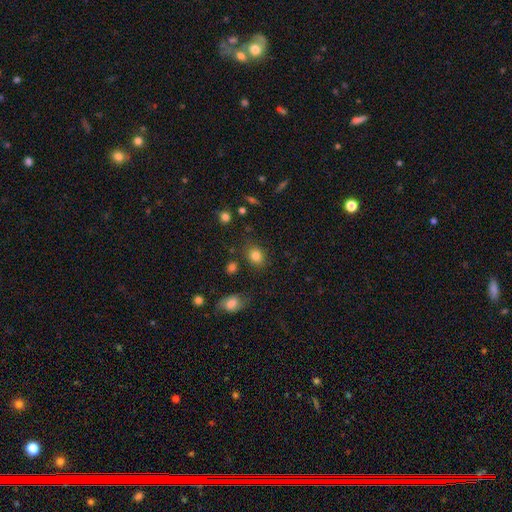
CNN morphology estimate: Overall: smooth (82%). How rounded: round (52%; in between 47%). Merging: none (78%).